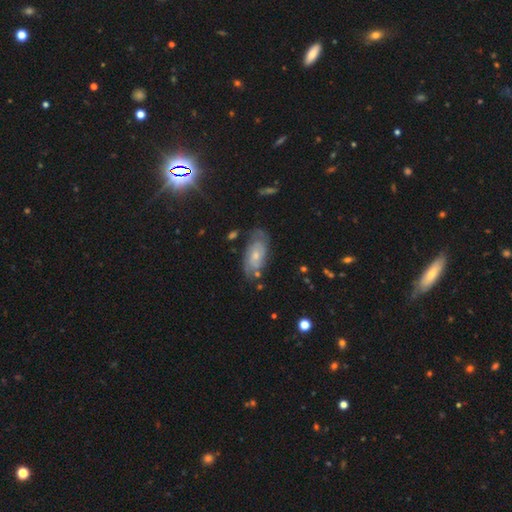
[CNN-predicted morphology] Smooth or featured: featured or disk — 64% (smooth — 27%)
Edge-on disk: no — 92% (yes — 8%)
Bar: no — 71% (weak — 25%)
Spiral arms: yes — 81% (no — 19%)
Bulge size: small — 57% (moderate — 36%)
Merging: none — 67% (minor disturbance — 22%)